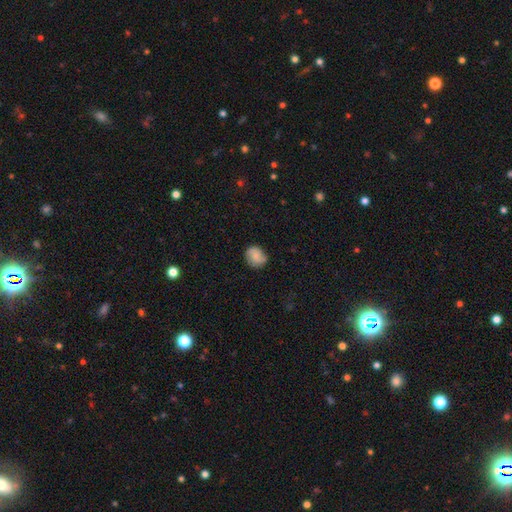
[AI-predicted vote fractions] Overall: smooth (67%). How rounded: round (69%; in between 30%). Merging: none (70%).